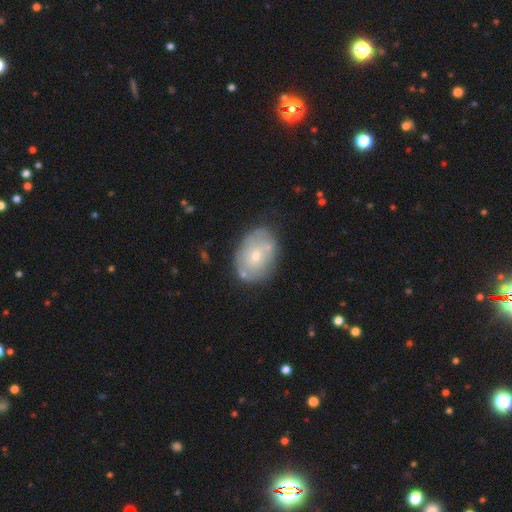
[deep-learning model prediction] Q: Smooth or featured?
A: smooth (48%); runner-up: featured or disk (45%)
Q: Merging?
A: none (65%); runner-up: minor disturbance (22%)